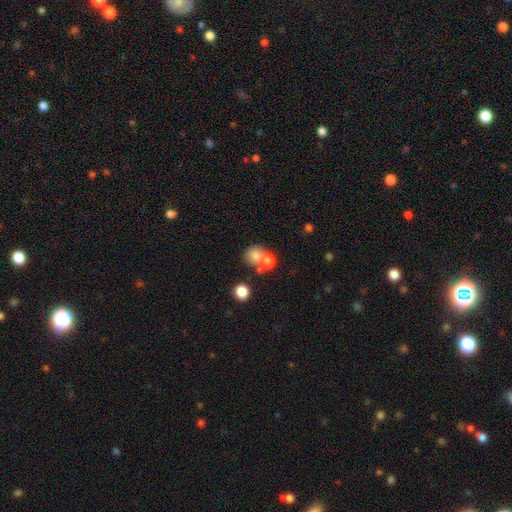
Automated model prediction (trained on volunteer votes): Q: Smooth or featured?
A: smooth (74%); runner-up: star or artifact (14%)
Q: How rounded?
A: round (79%); runner-up: in between (20%)
Q: Merging?
A: none (45%); runner-up: merger (41%)